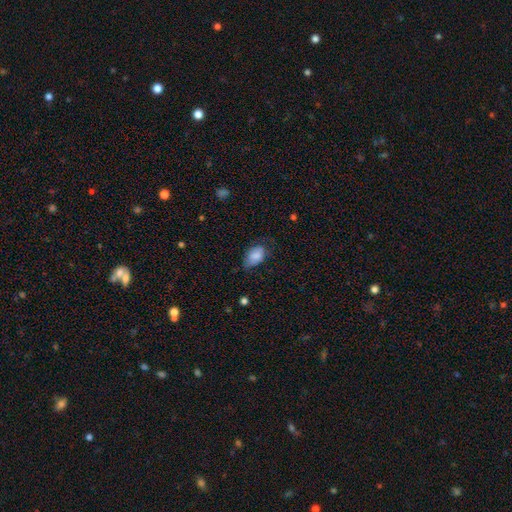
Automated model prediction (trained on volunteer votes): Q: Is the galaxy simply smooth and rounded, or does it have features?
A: smooth — 82%.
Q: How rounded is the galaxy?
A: in between — 90%.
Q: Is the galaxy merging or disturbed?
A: none — 55%.